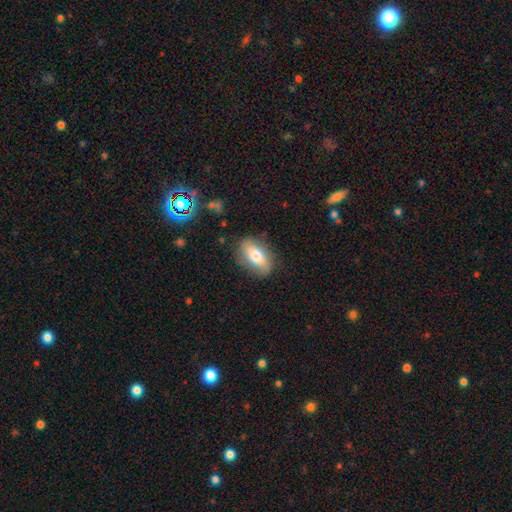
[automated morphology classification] Overall: smooth (67%). How rounded: in between (85%). Merging: none (80%).